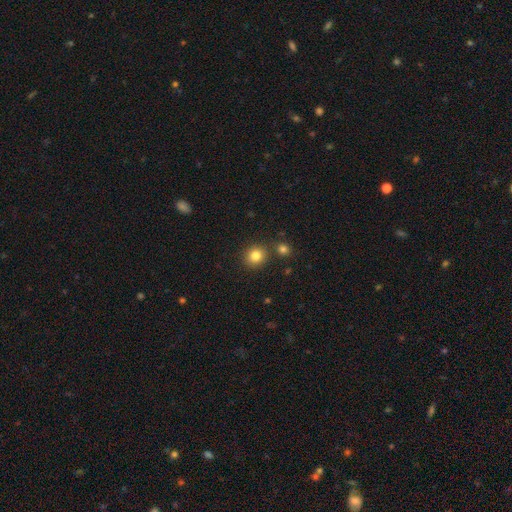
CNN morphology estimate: Q: Smooth or featured?
A: smooth (83%); runner-up: star or artifact (11%)
Q: How rounded?
A: round (84%); runner-up: in between (15%)
Q: Merging?
A: none (83%); runner-up: minor disturbance (8%)